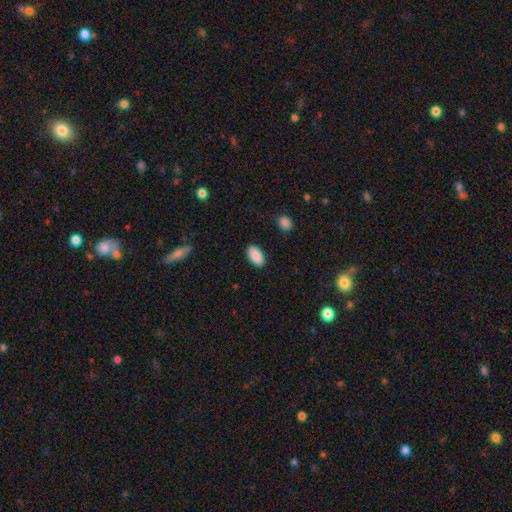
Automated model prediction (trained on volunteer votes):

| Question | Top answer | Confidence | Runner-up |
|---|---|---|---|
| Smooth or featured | smooth | 90% | star or artifact (7%) |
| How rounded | in between | 95% | round (3%) |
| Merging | none | 88% | minor disturbance (8%) |